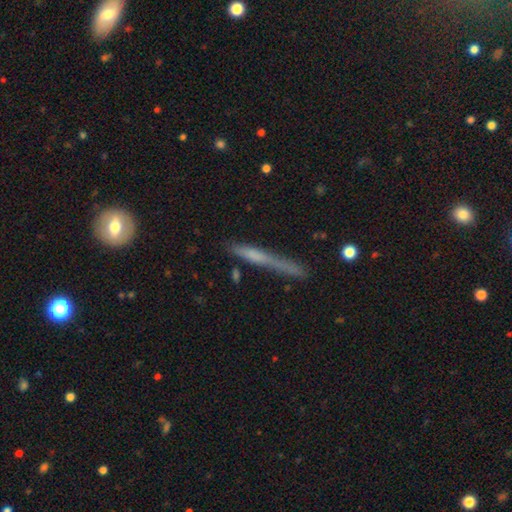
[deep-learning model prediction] A smooth galaxy with no disk features (56%) that is cigar-shaped (95%).

Vote fractions:
- Smooth or featured? smooth: 56% / featured or disk: 36% / star or artifact: 8%
- How rounded? cigar-shaped: 95% / in between: 3% / round: 2%
- Merging? none: 64% / minor disturbance: 22% / major disturbance: 8% / merger: 6%